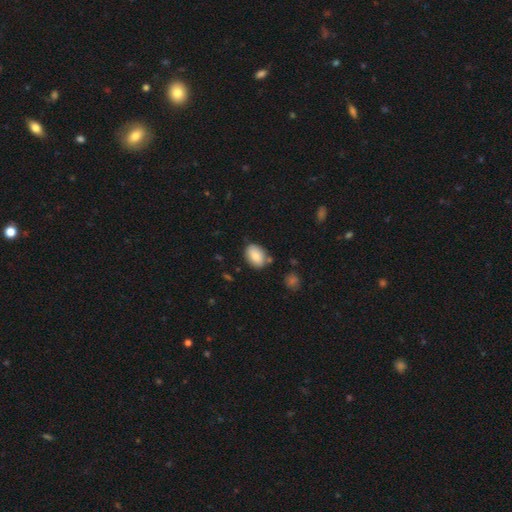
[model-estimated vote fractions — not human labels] A smooth galaxy with no disk features (84%) that is in between round and cigar-shaped (84%).

Vote fractions:
- Smooth or featured? smooth: 84% / featured or disk: 9% / star or artifact: 7%
- How rounded? in between: 84% / round: 15% / cigar-shaped: 1%
- Merging? none: 76% / minor disturbance: 16% / merger: 5% / major disturbance: 3%